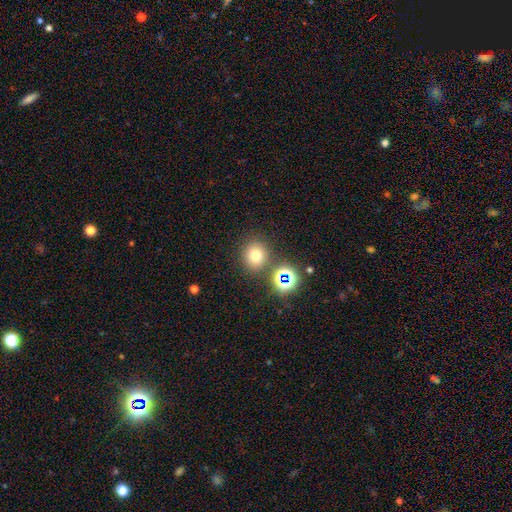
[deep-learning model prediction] This is likely a smooth galaxy (70%). How rounded: clearly round (83%). Merging: likely none (79%).